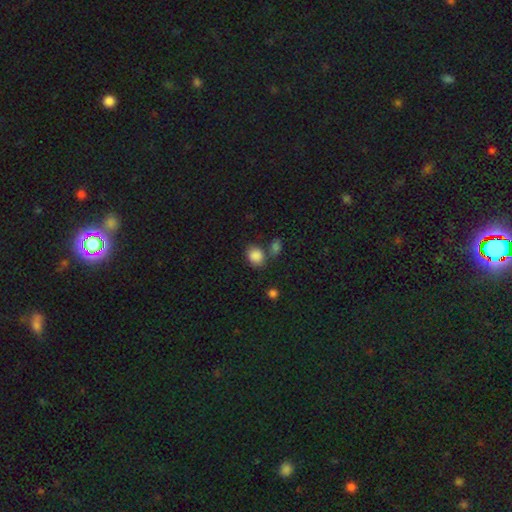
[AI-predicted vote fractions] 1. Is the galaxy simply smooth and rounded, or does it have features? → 85% smooth, 10% star or artifact, 4% featured or disk.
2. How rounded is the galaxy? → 53% round, 46% in between, 1% cigar-shaped.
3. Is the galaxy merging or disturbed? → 62% none, 17% merger, 16% minor disturbance, 6% major disturbance.